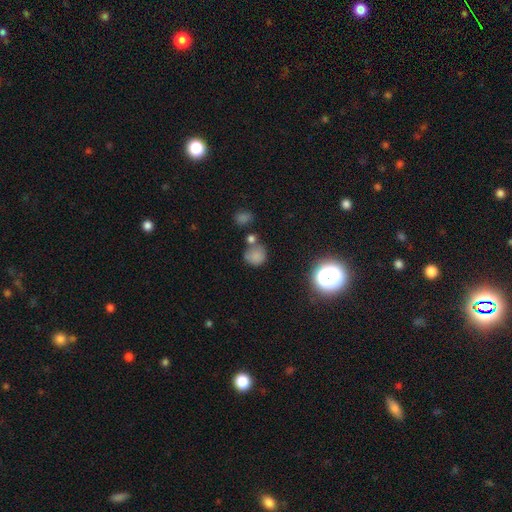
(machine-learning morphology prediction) This is likely a smooth galaxy (75%). How rounded: clearly round (84%). Merging: possibly none (53%).